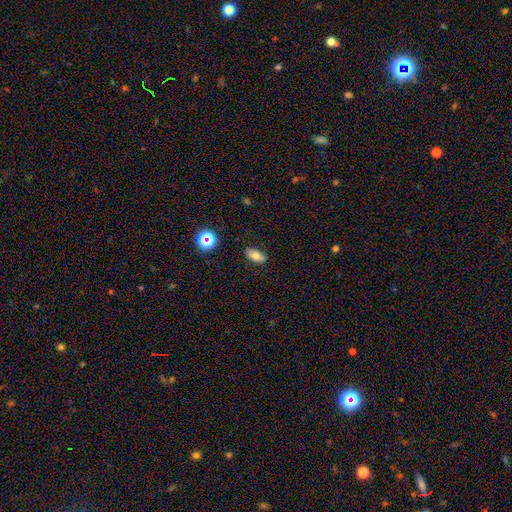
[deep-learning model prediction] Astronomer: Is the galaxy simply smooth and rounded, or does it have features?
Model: smooth — 72%.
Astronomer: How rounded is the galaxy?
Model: in between — 87%.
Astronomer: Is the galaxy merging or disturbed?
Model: none — 86%.